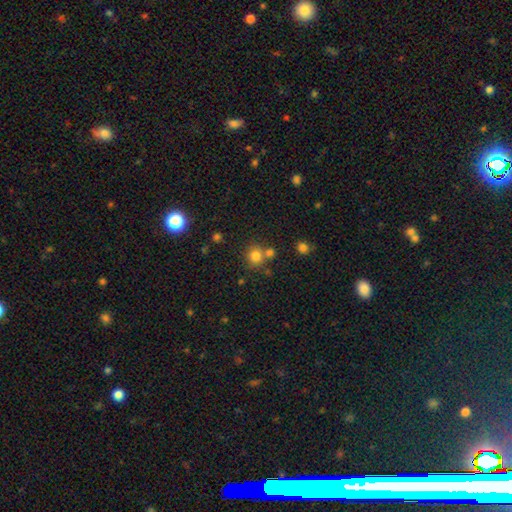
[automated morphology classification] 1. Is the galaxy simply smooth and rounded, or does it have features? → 78% smooth, 15% star or artifact, 7% featured or disk.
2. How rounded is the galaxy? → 88% round, 11% in between, 1% cigar-shaped.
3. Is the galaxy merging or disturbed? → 63% none, 25% merger, 9% minor disturbance, 3% major disturbance.